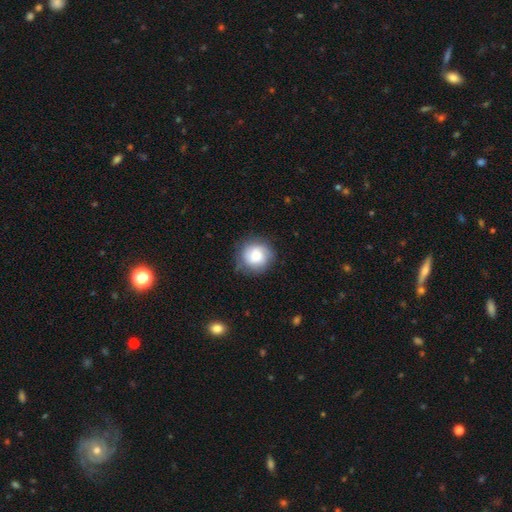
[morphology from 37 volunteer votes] Q: Smooth or featured?
A: smooth (49%); runner-up: featured or disk (46%)
Q: How rounded?
A: round (89%); runner-up: in between (11%)
Q: Merging?
A: none (69%); runner-up: minor disturbance (20%)